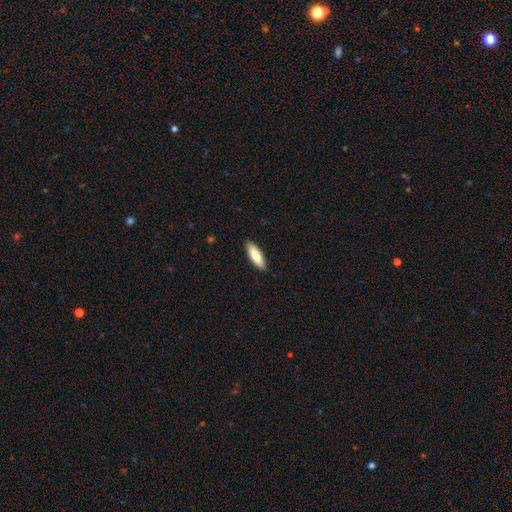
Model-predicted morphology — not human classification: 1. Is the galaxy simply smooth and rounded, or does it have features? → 85% smooth, 10% featured or disk, 5% star or artifact.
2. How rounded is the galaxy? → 52% cigar-shaped, 47% in between, 1% round.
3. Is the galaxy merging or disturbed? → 89% none, 8% minor disturbance, 2% major disturbance, 1% merger.